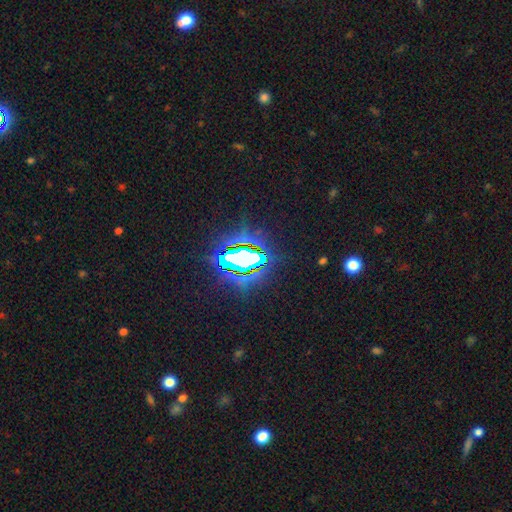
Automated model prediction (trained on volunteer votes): Smooth or featured? Predicted: star or artifact (p=0.84).